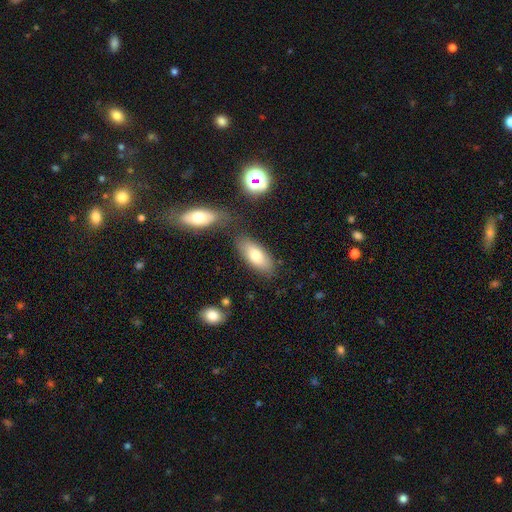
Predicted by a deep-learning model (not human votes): Smooth or featured?
  - smooth: 75% *
  - featured or disk: 17%
  - star or artifact: 8%
How rounded?
  - in between: 83% *
  - cigar-shaped: 14%
  - round: 3%
Merging?
  - none: 75% *
  - minor disturbance: 14%
  - merger: 8%
  - major disturbance: 4%